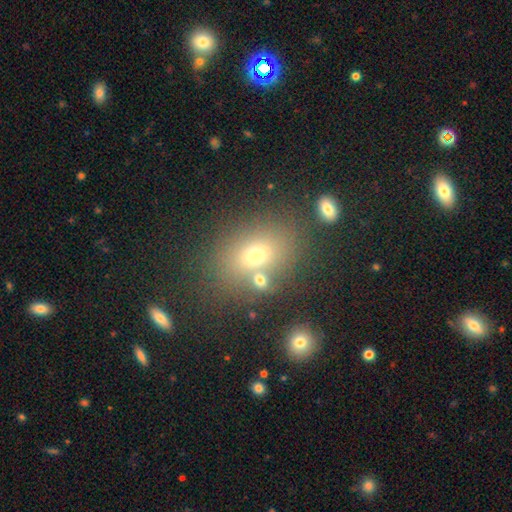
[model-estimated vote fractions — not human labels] This is likely a smooth galaxy (65%). How rounded: likely in between (71%). Merging: likely none (72%).